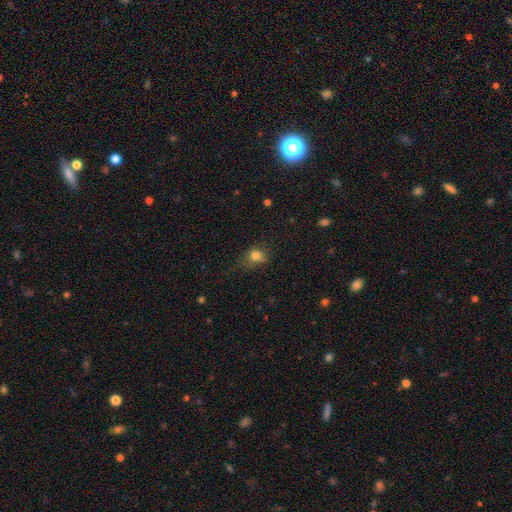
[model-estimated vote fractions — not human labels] Smooth or featured?
  - smooth: 78% *
  - star or artifact: 13%
  - featured or disk: 8%
How rounded?
  - round: 62% *
  - in between: 36%
  - cigar-shaped: 2%
Merging?
  - none: 51% *
  - minor disturbance: 31%
  - major disturbance: 16%
  - merger: 3%